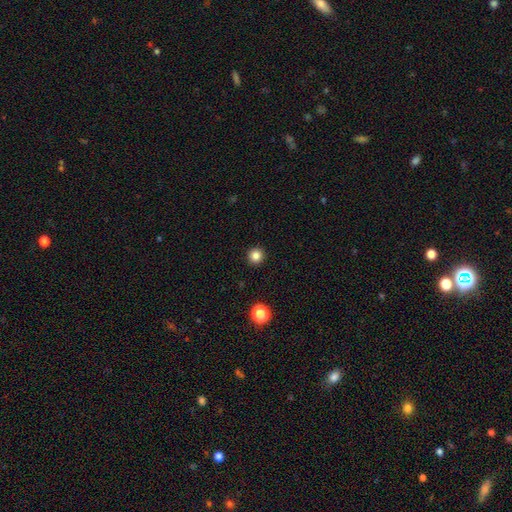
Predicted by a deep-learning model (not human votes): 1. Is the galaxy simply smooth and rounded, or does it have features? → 84% smooth, 12% star or artifact, 4% featured or disk.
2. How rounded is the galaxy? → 95% round, 4% in between, 1% cigar-shaped.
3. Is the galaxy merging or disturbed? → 93% none, 4% minor disturbance, 2% major disturbance, 1% merger.